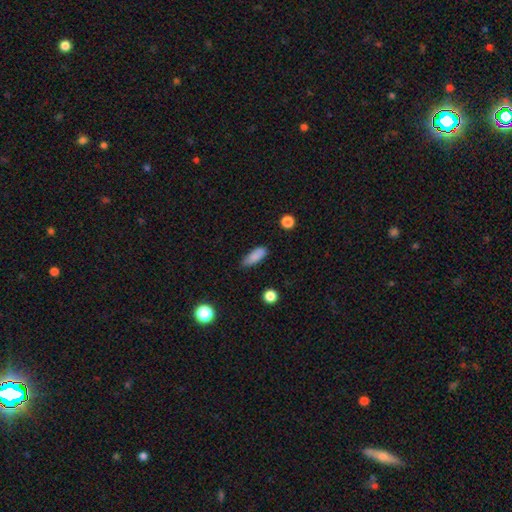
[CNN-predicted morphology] A smooth galaxy with no disk features (85%) that is in between round and cigar-shaped (68%). Merging: none (76%).